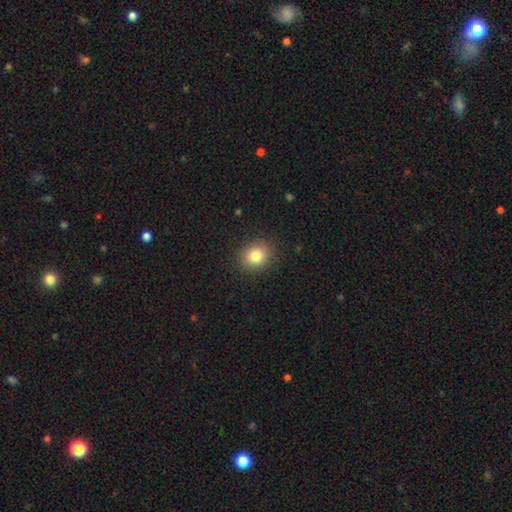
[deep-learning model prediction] Smooth or featured? smooth (82%)
How rounded? round (72%)
Merging? none (89%)